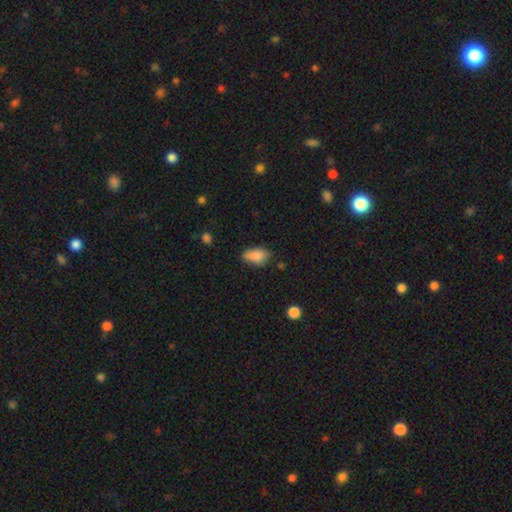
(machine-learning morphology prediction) smooth_or_featured: smooth (p=0.83) [alt: star or artifact p=0.09]
how_rounded: in between (p=0.88) [alt: cigar-shaped p=0.06]
merging: none (p=0.55) [alt: minor disturbance p=0.34]